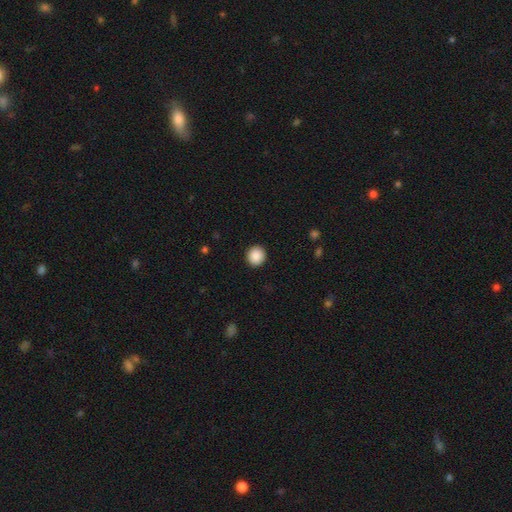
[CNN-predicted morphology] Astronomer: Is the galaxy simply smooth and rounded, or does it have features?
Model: smooth — 88%.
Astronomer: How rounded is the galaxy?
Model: round — 90%.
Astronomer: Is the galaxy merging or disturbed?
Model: none — 93%.